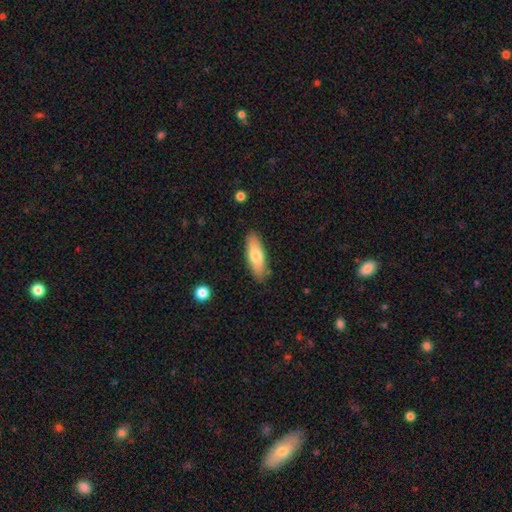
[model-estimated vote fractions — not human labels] smooth 72%, featured or disk 22%, star or artifact 6%. Down the decision tree: how rounded — in between (60%); merging — none (86%).